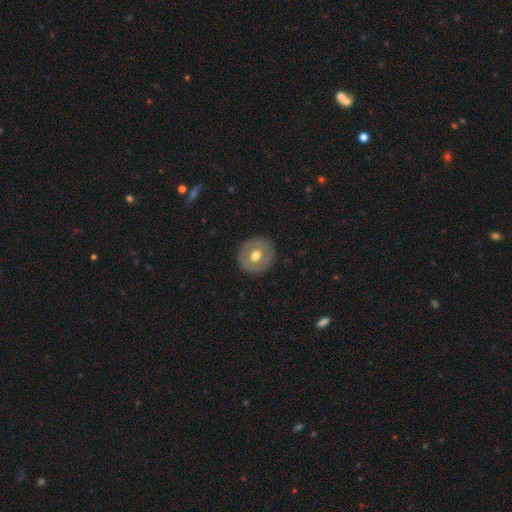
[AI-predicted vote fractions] smooth_or_featured: smooth (p=0.54) [alt: featured or disk p=0.39]
how_rounded: round (p=0.91) [alt: in between p=0.08]
merging: none (p=0.89) [alt: minor disturbance p=0.08]